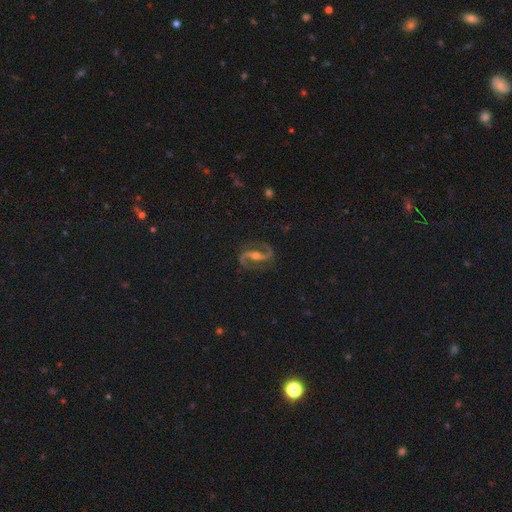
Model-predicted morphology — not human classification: A featured or disk galaxy (92%) with a strong bar (45%), 2 (95%) medium (49%) spiral arms (98%) and a moderate central bulge (59%).

Vote fractions:
- Smooth or featured? featured or disk: 92% / star or artifact: 4% / smooth: 3%
- Edge-on disk? no: 97% / yes: 3%
- Bar? strong: 45% / weak: 32% / no: 23%
- Spiral arms? yes: 98% / no: 2%
- Spiral winding? medium: 49% / loose: 40% / tight: 11%
- Spiral arm count? 2: 95% / 1: 1% / can't tell: 1% / 3: 1% / 4: 1% / more than 4: 1%
- Bulge size? moderate: 59% / small: 35% / large: 3% / none: 2% / dominant: 1%
- Merging? none: 83% / minor disturbance: 11% / major disturbance: 5% / merger: 1%